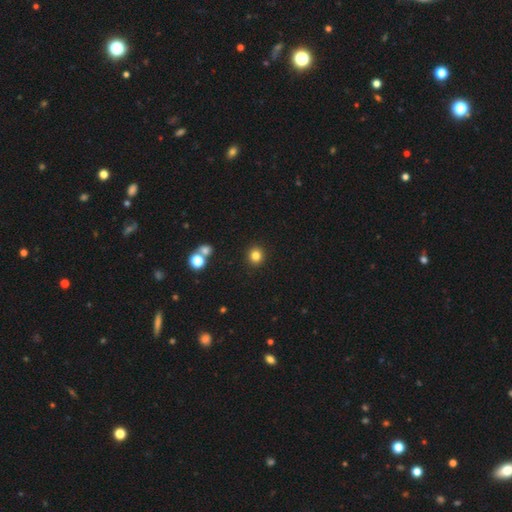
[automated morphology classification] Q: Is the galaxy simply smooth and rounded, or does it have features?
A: smooth — 82%.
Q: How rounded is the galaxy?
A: round — 91%.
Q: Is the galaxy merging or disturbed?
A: none — 91%.